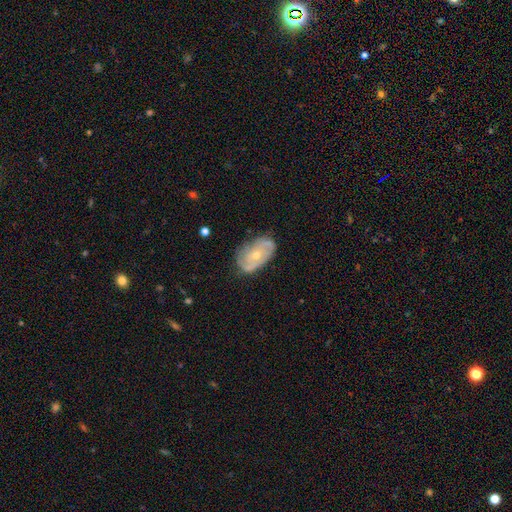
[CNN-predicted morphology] Q: Smooth or featured?
A: featured or disk (74%); runner-up: smooth (20%)
Q: Edge-on disk?
A: no (95%); runner-up: yes (5%)
Q: Bar?
A: no (76%); runner-up: weak (20%)
Q: Spiral arms?
A: yes (85%); runner-up: no (15%)
Q: Spiral winding?
A: tight (52%); runner-up: medium (35%)
Q: Spiral arm count?
A: 2 (41%); runner-up: can't tell (31%)
Q: Bulge size?
A: small (53%); runner-up: moderate (44%)
Q: Merging?
A: none (68%); runner-up: minor disturbance (24%)